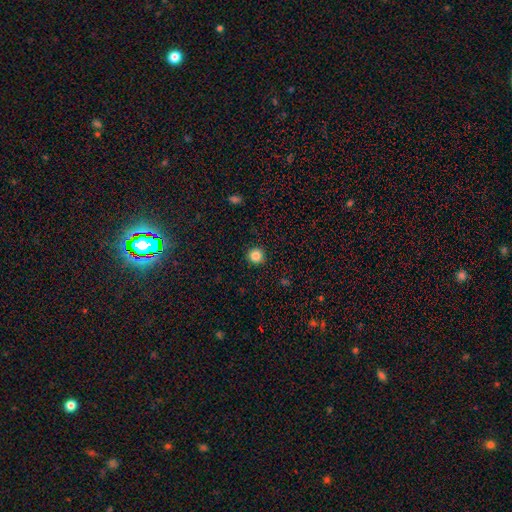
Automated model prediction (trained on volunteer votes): A smooth galaxy with no disk features (86%) that is round (95%).

Vote fractions:
- Smooth or featured? smooth: 86% / star or artifact: 11% / featured or disk: 4%
- How rounded? round: 95% / in between: 4% / cigar-shaped: 1%
- Merging? none: 93% / minor disturbance: 5% / major disturbance: 2% / merger: 1%